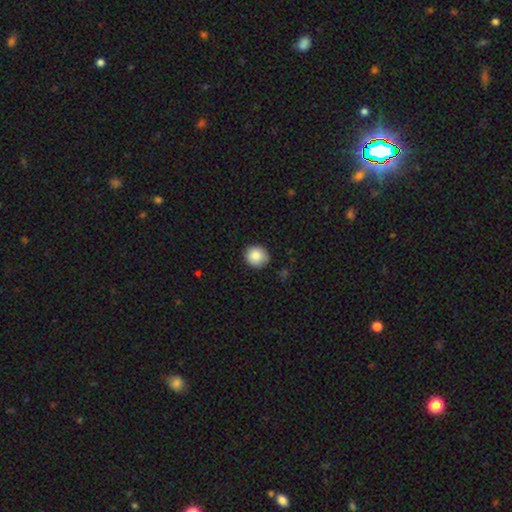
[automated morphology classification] Overall: smooth (86%). How rounded: round (89%). Merging: none (87%).